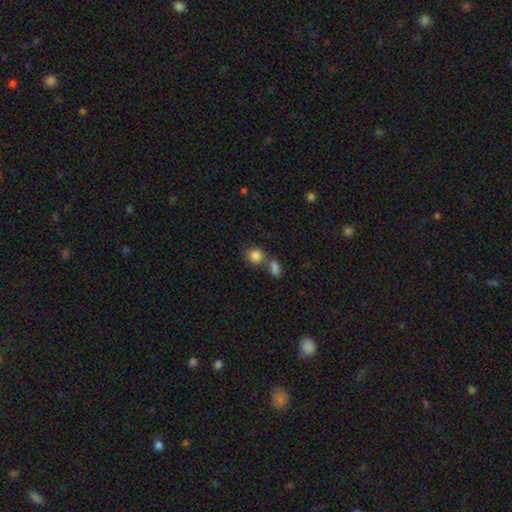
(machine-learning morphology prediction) Smooth or featured? Predicted: smooth (p=0.85). How rounded? Predicted: round (p=0.77). Merging? Predicted: none (p=0.52).